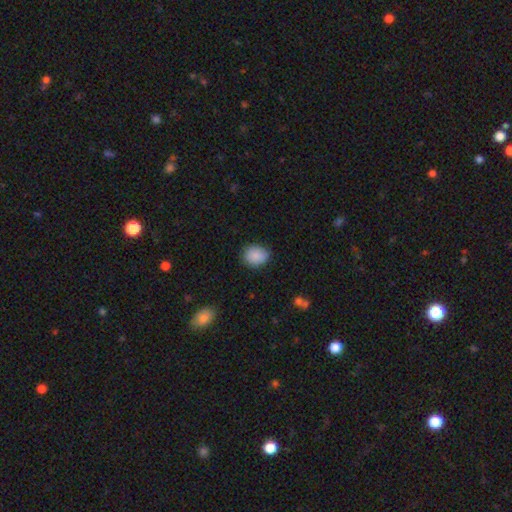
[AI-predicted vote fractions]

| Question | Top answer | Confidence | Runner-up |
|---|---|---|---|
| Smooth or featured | smooth | 88% | star or artifact (8%) |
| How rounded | round | 57% | in between (42%) |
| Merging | none | 81% | minor disturbance (15%) |